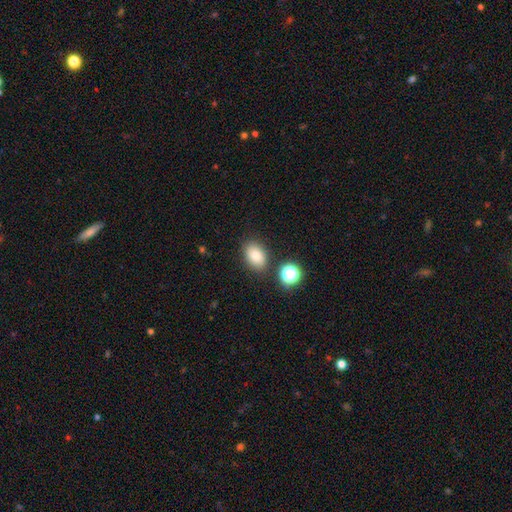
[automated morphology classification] A smooth galaxy with no disk features (81%) that is in between round and cigar-shaped (82%).

Vote fractions:
- Smooth or featured? smooth: 81% / star or artifact: 11% / featured or disk: 8%
- How rounded? in between: 82% / round: 16% / cigar-shaped: 1%
- Merging? none: 81% / minor disturbance: 11% / merger: 5% / major disturbance: 3%